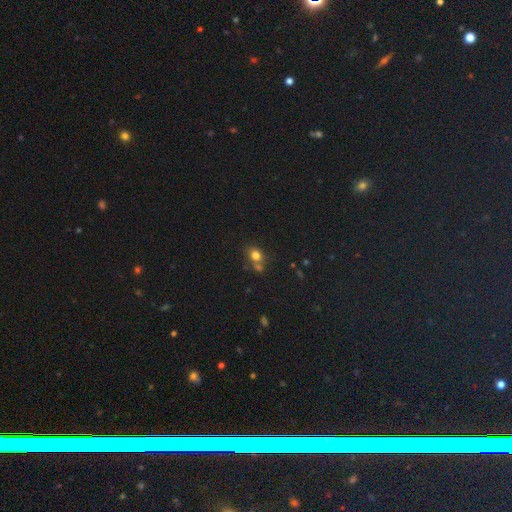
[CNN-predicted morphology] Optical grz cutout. It shows a smooth galaxy with no disk features (77%) that is round (66%). Merging: none (55%).